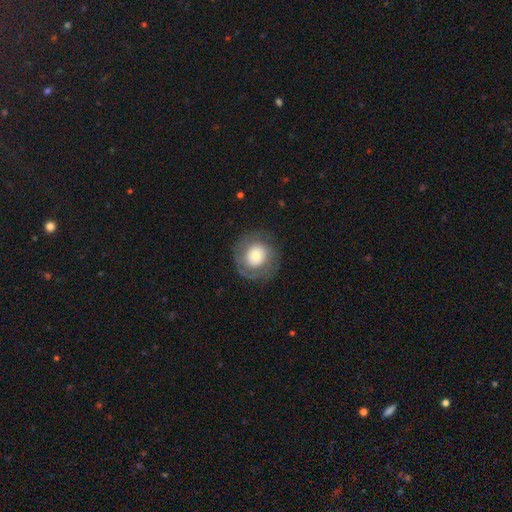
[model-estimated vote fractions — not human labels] Smooth or featured? smooth (56%)
How rounded? round (88%)
Merging? none (77%)